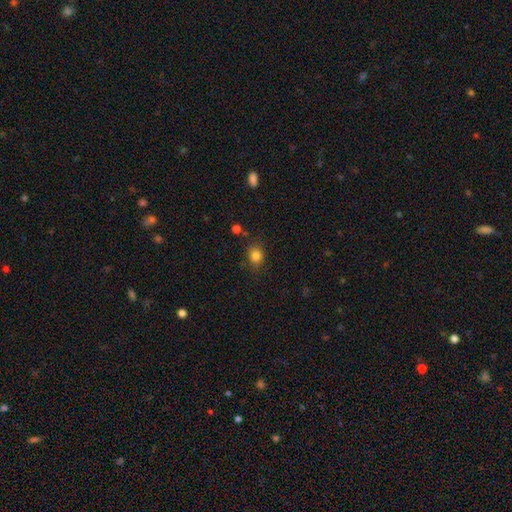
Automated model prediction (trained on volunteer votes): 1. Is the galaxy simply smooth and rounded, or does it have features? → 82% smooth, 12% star or artifact, 6% featured or disk.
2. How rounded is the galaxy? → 58% round, 41% in between, 1% cigar-shaped.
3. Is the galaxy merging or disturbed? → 79% none, 14% minor disturbance, 4% major disturbance, 3% merger.